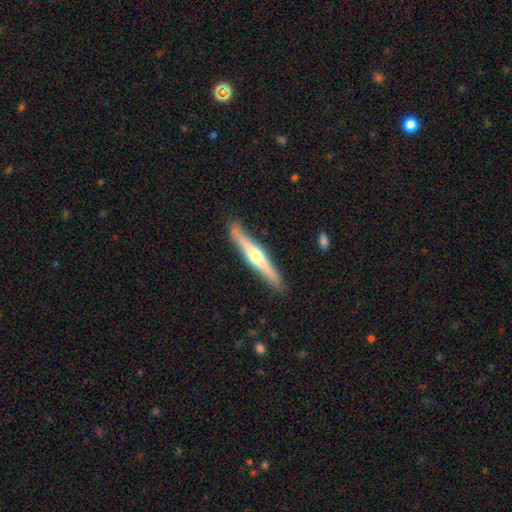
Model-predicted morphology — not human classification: smooth_or_featured: featured or disk (p=0.68) [alt: smooth p=0.28]
disk_edge_on: yes (p=0.97) [alt: no p=0.03]
edge_on_bulge: rounded (p=0.88) [alt: none p=0.06]
merging: none (p=0.87) [alt: minor disturbance p=0.09]